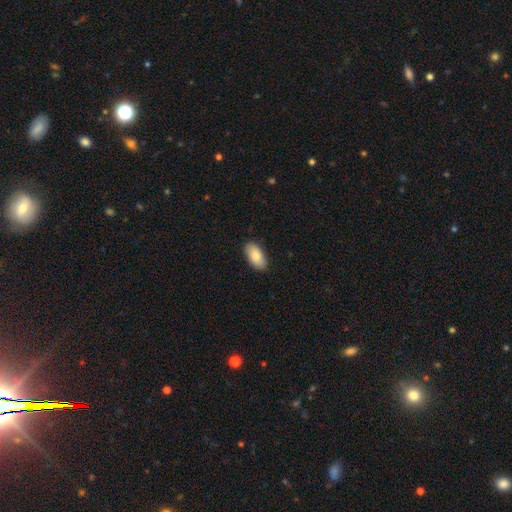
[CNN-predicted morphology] This is clearly a smooth galaxy (82%). How rounded: clearly in between (94%). Merging: clearly none (89%).